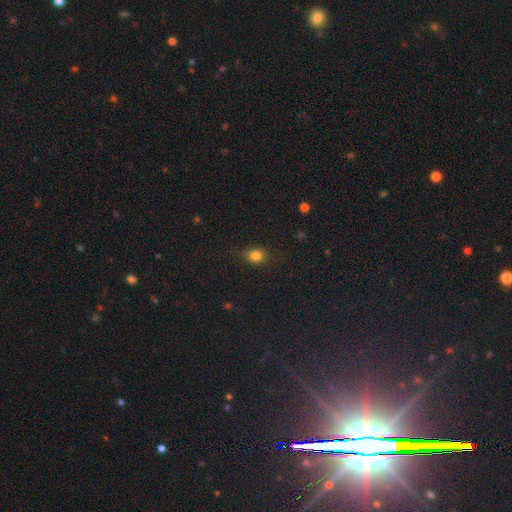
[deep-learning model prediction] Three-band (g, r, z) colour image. It shows a smooth galaxy with no disk features (81%) that is round (64%). Merging: none (79%).